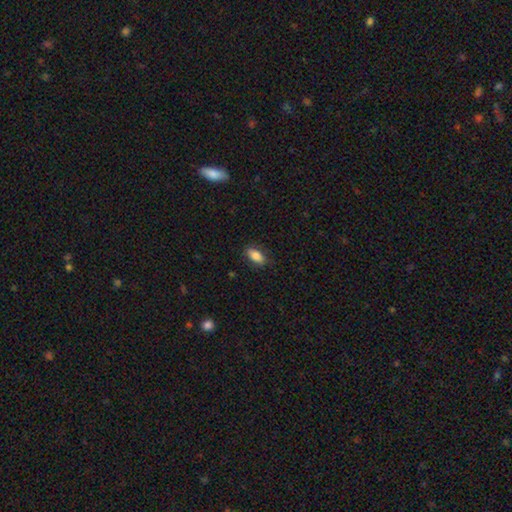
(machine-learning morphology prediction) type=smooth (85%); roundness=in between (88%); merging=none (84%).